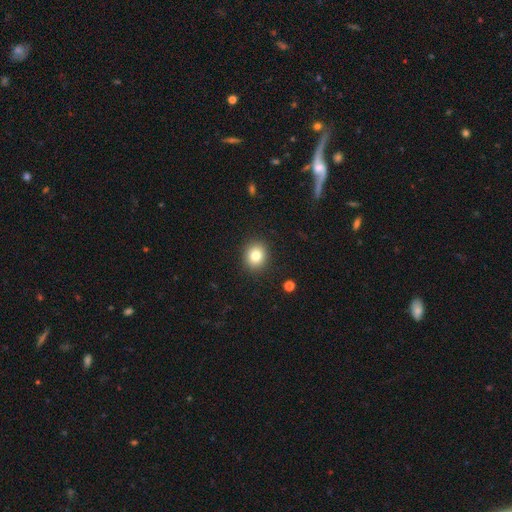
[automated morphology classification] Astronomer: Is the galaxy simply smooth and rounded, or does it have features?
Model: smooth — 81%.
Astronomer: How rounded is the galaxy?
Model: round — 74%.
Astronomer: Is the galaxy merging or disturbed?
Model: none — 90%.